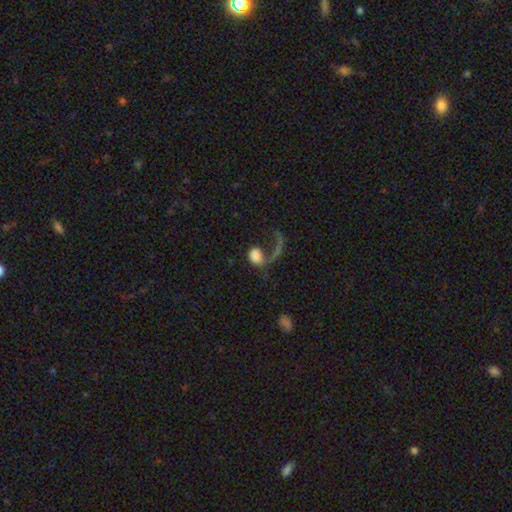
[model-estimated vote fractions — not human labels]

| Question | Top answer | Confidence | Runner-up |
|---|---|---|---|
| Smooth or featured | smooth | 62% | featured or disk (28%) |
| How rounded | round | 52% | in between (46%) |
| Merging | major disturbance | 52% | none (25%) |